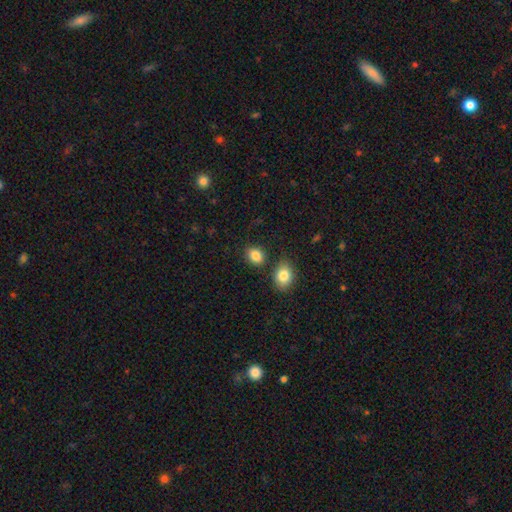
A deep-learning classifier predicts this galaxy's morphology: A smooth galaxy with no disk features (85%) that is in between round and cigar-shaped (56%).

Vote fractions:
- Smooth or featured? smooth: 85% / star or artifact: 9% / featured or disk: 6%
- How rounded? in between: 56% / round: 43% / cigar-shaped: 1%
- Merging? none: 77% / minor disturbance: 11% / merger: 9% / major disturbance: 3%